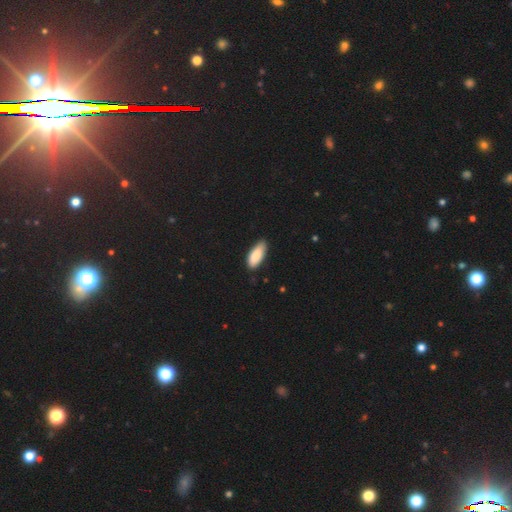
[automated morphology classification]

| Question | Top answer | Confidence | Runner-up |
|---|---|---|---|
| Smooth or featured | smooth | 88% | star or artifact (6%) |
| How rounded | in between | 80% | cigar-shaped (19%) |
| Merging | none | 77% | minor disturbance (20%) |